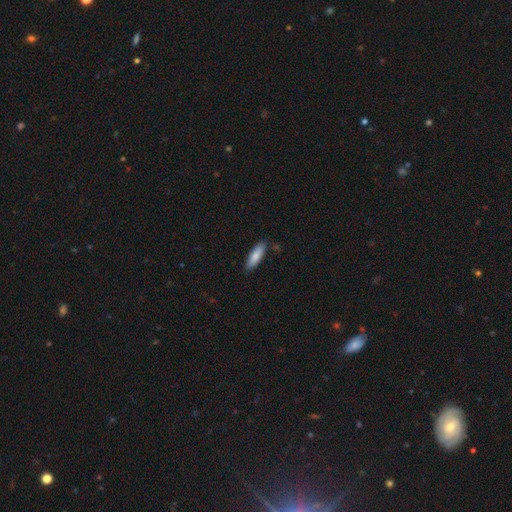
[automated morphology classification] smooth-or-featured: smooth: 84% | featured or disk: 10% | star or artifact: 6%
  how-rounded: in between: 50% | cigar-shaped: 48% | round: 2%
  merging: none: 84% | minor disturbance: 11% | merger: 2% | major disturbance: 2%